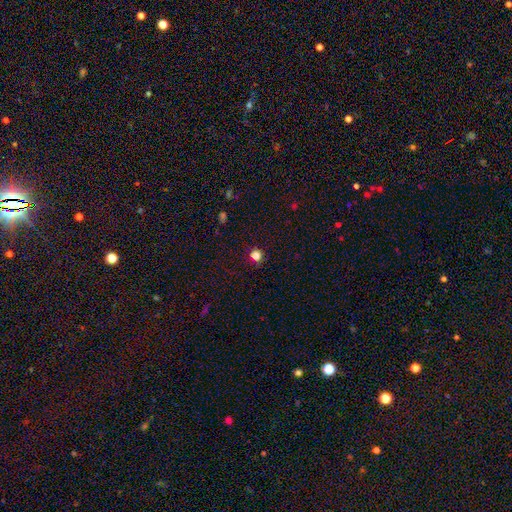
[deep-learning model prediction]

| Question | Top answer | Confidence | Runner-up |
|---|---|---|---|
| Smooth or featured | smooth | 79% | star or artifact (17%) |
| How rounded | round | 93% | in between (6%) |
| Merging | none | 91% | minor disturbance (6%) |